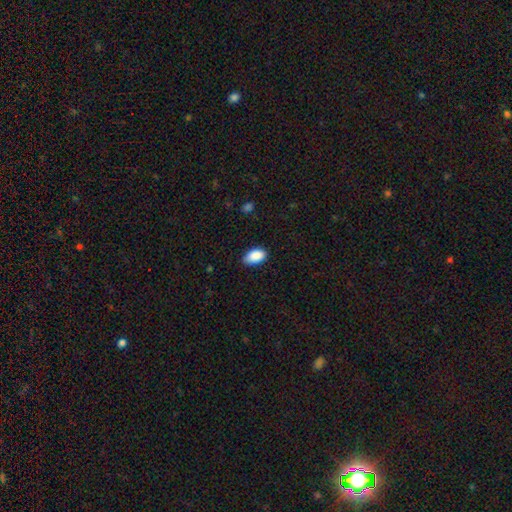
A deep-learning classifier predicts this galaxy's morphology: type=smooth (90%); roundness=in between (94%); merging=none (78%).